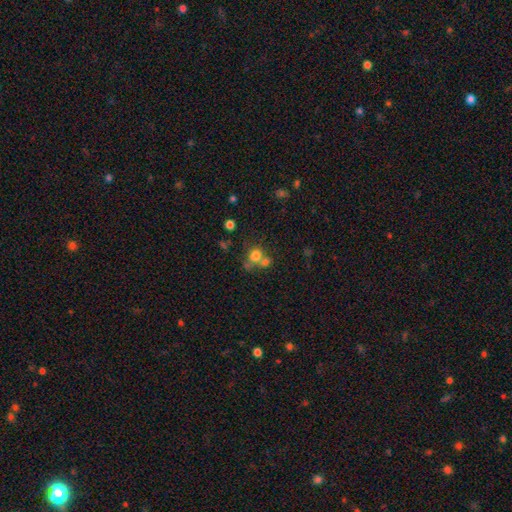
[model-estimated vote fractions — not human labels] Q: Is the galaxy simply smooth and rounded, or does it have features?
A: smooth — 71%.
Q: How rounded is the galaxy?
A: round — 72%.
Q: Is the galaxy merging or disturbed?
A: merger — 44%.